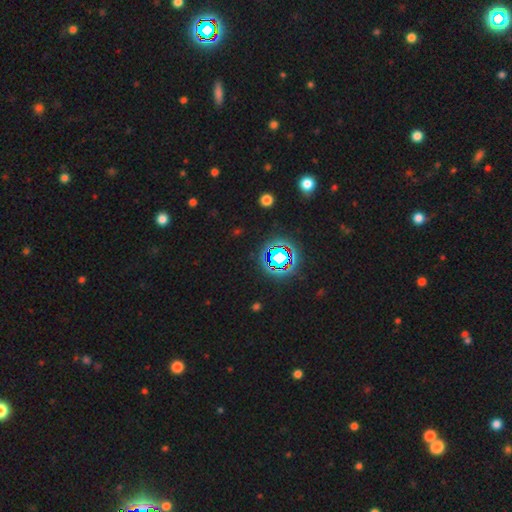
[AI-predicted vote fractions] Q: Smooth or featured?
A: star or artifact (77%); runner-up: smooth (14%)